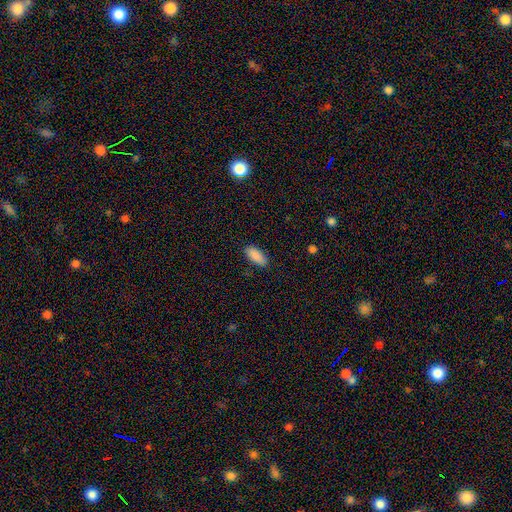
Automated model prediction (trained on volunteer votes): Smooth or featured? smooth (90%)
How rounded? in between (88%)
Merging? none (88%)